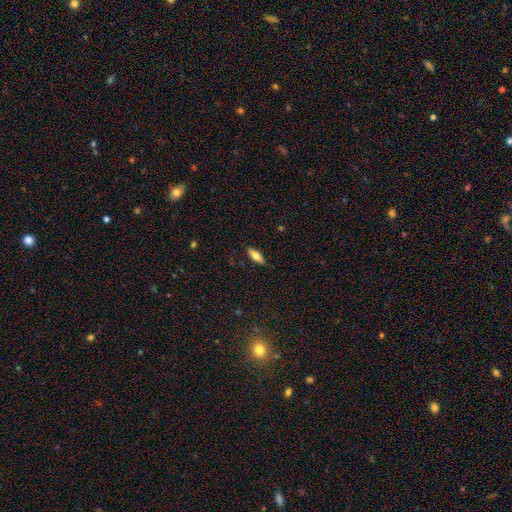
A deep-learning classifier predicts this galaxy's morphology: A smooth galaxy with no disk features (66%) that is in between round and cigar-shaped (63%). Merging: none (88%).